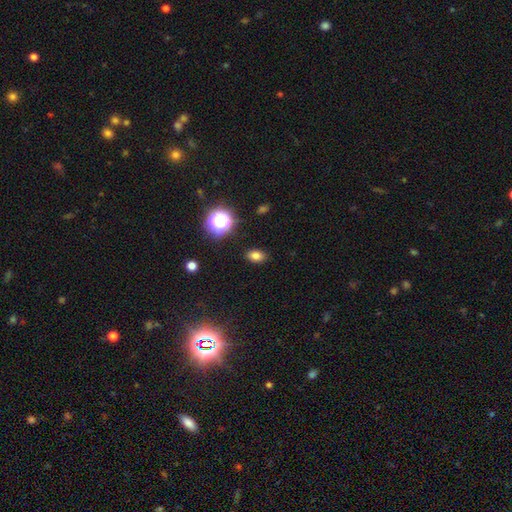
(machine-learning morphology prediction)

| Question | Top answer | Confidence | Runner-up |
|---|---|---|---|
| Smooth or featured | smooth | 78% | star or artifact (16%) |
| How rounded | in between | 79% | round (20%) |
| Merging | none | 87% | minor disturbance (9%) |